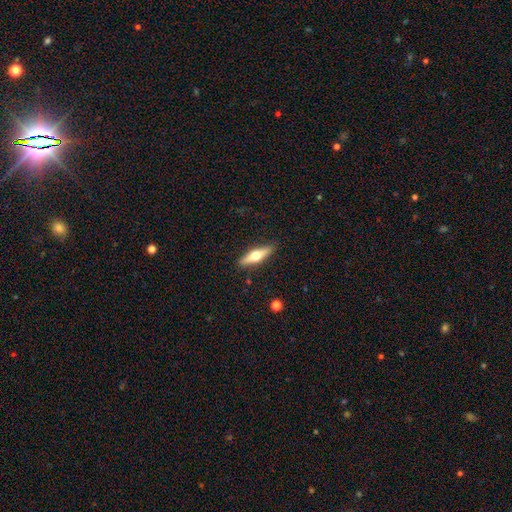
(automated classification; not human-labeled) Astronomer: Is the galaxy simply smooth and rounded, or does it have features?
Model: featured or disk — 51% (runner-up: smooth, 43%).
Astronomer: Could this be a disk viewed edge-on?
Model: yes — 93%.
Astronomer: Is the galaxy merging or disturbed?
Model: none — 89%.